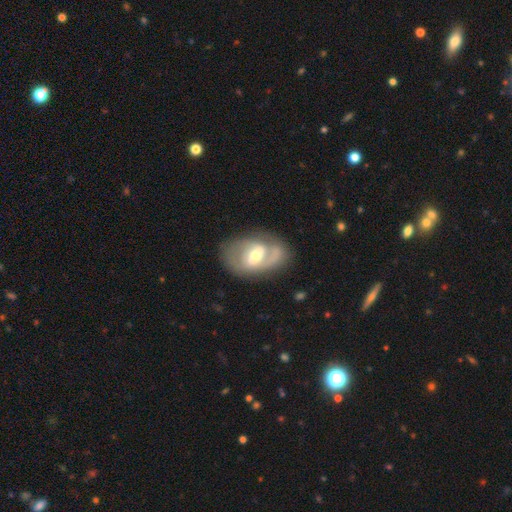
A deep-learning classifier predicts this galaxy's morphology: Smooth or featured: featured or disk — 73% (smooth — 21%)
Edge-on disk: no — 95% (yes — 5%)
Bar: weak — 48% (no — 27%)
Spiral arms: yes — 79% (no — 21%)
Spiral winding: medium — 45% (tight — 32%)
Spiral arm count: 2 — 61% (1 — 19%)
Bulge size: moderate — 57% (small — 35%)
Merging: none — 63% (minor disturbance — 20%)